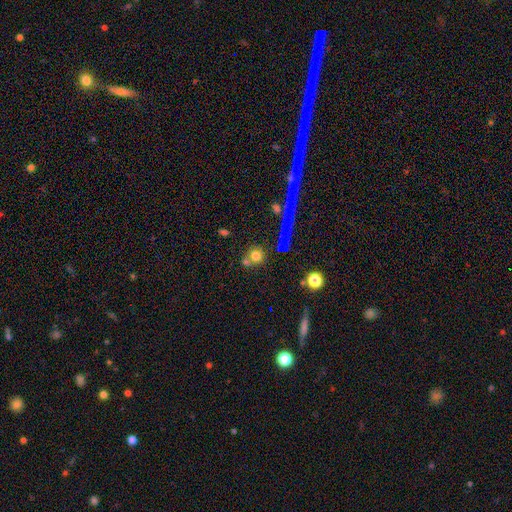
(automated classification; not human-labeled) smooth 73%, star or artifact 14%, featured or disk 13%. Down the decision tree: how rounded — round (90%); merging — none (59%).